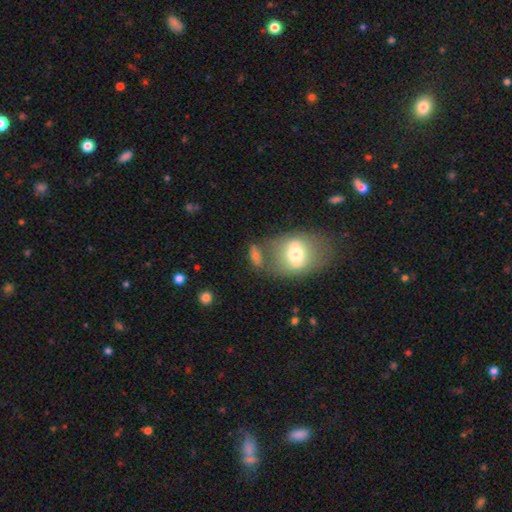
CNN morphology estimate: A smooth galaxy with no disk features (60%) that is in between round and cigar-shaped (68%). Merging: none (48%).